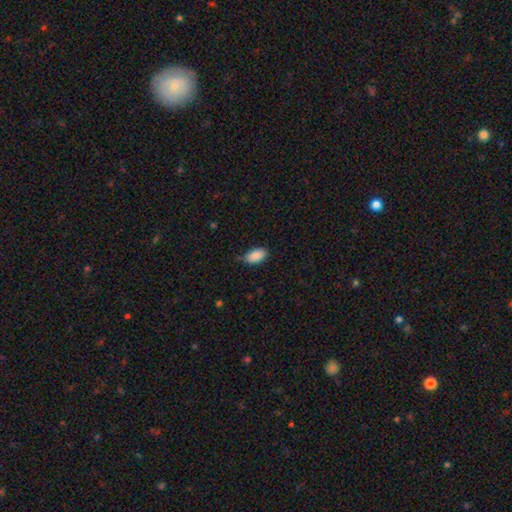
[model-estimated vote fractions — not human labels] Morphology: type=smooth (89%); roundness=in between (94%); merging=none (75%).